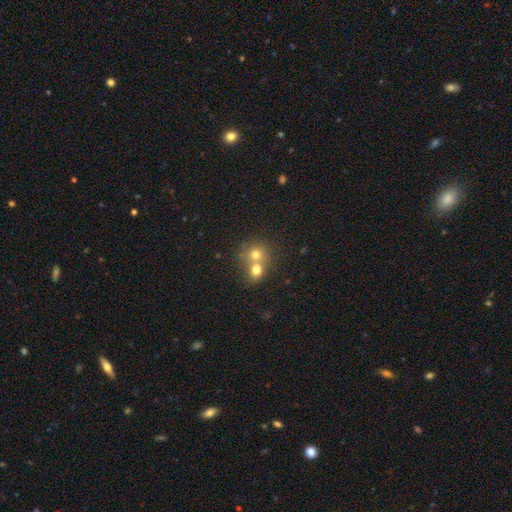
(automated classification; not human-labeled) A smooth galaxy with no disk features (68%) that is round (78%).

Vote fractions:
- Smooth or featured? smooth: 68% / featured or disk: 18% / star or artifact: 14%
- How rounded? round: 78% / in between: 21% / cigar-shaped: 1%
- Merging? merger: 61% / none: 31% / minor disturbance: 5% / major disturbance: 2%